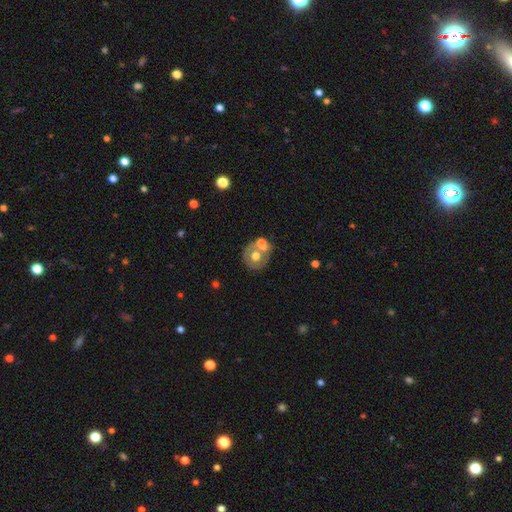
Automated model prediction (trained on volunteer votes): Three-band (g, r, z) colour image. It shows a featured or disk galaxy (49%). Merging: none (42%).